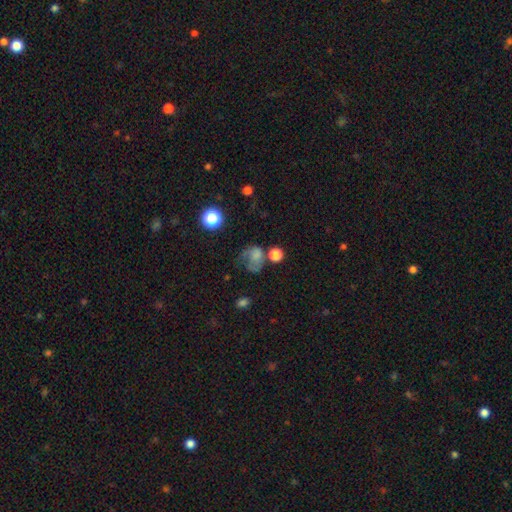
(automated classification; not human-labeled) Smooth or featured?
  - smooth: 61% *
  - featured or disk: 24%
  - star or artifact: 15%
How rounded?
  - round: 54% *
  - in between: 45%
  - cigar-shaped: 1%
Merging?
  - major disturbance: 39% *
  - none: 28%
  - minor disturbance: 24%
  - merger: 10%